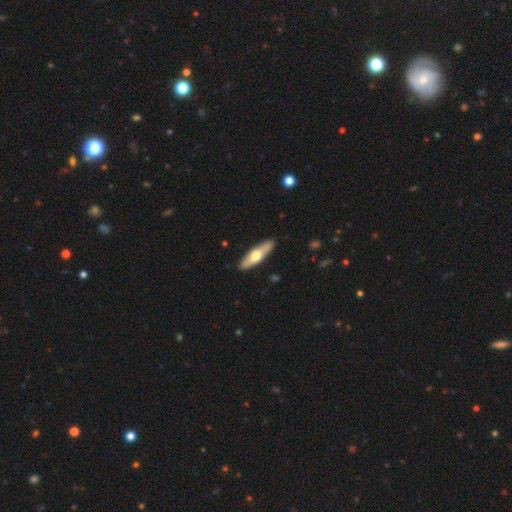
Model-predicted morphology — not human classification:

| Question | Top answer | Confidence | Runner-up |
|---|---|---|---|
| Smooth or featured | smooth | 56% | featured or disk (39%) |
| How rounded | cigar-shaped | 64% | in between (34%) |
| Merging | none | 89% | minor disturbance (8%) |